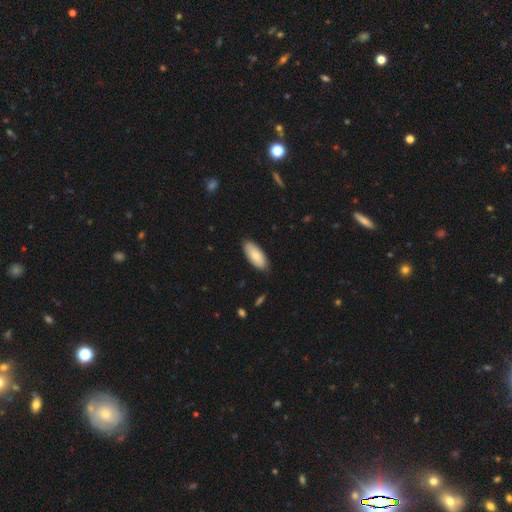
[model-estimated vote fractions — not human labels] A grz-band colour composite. It shows a smooth galaxy with no disk features (81%) that is in between round and cigar-shaped (87%). Merging: none (86%).